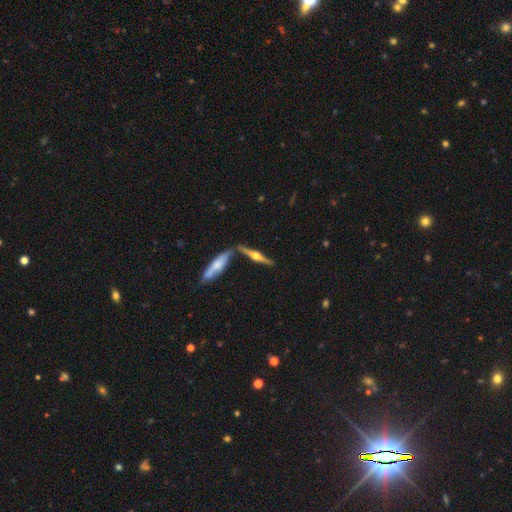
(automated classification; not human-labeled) featured or disk 77%, smooth 17%, star or artifact 5%. Down the decision tree: edge-on disk — yes (97%); edge-on bulge — rounded (95%); merging — none (72%).